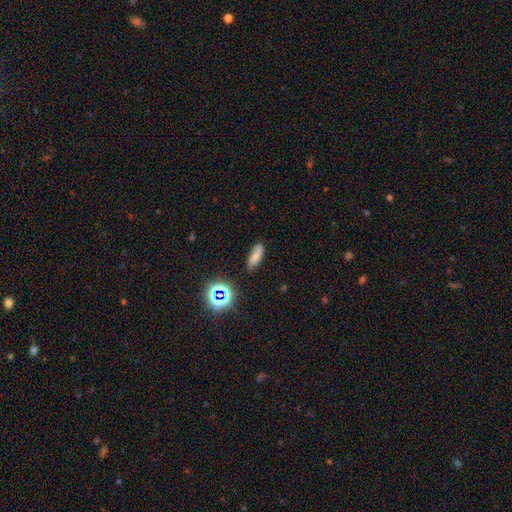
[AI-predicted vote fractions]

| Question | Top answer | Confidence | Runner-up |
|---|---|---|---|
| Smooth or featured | smooth | 69% | star or artifact (17%) |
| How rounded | in between | 61% | cigar-shaped (34%) |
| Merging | none | 74% | minor disturbance (19%) |